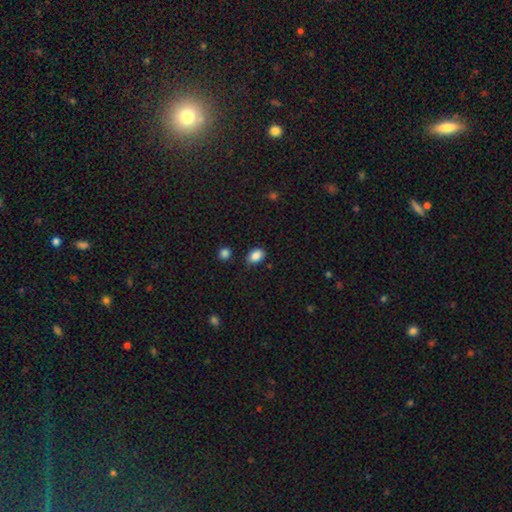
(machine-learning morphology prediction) This appears to be a smooth galaxy with no disk features (87%) that is in between round and cigar-shaped (83%). Merging: none (77%).